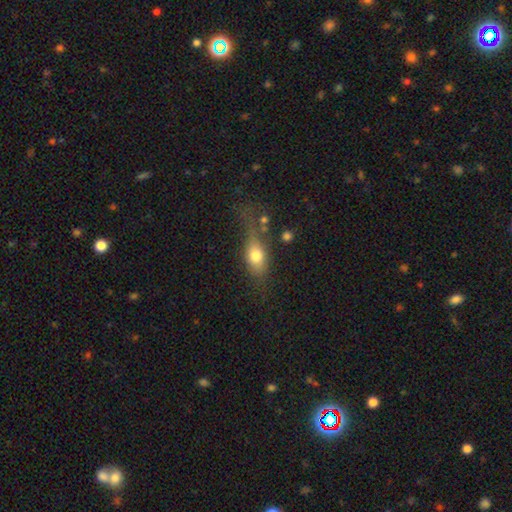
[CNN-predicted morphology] smooth_or_featured: smooth (p=0.72) [alt: featured or disk p=0.19]
how_rounded: in between (p=0.71) [alt: round p=0.17]
merging: none (p=0.41) [alt: minor disturbance p=0.25]